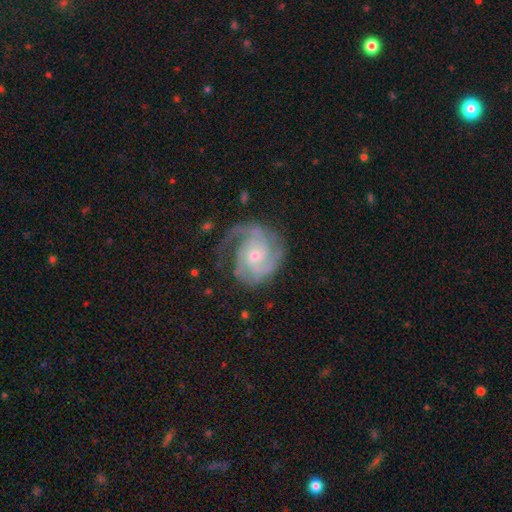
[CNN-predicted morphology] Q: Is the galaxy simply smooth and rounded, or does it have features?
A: featured or disk — 91%.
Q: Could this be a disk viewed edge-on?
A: no — 98%.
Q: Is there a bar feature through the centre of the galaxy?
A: no — 69%.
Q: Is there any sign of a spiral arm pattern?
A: yes — 98%.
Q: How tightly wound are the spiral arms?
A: tight — 59%.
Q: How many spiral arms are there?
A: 3 — 41%.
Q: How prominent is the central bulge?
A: small — 61%.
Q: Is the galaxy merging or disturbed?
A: none — 69%.